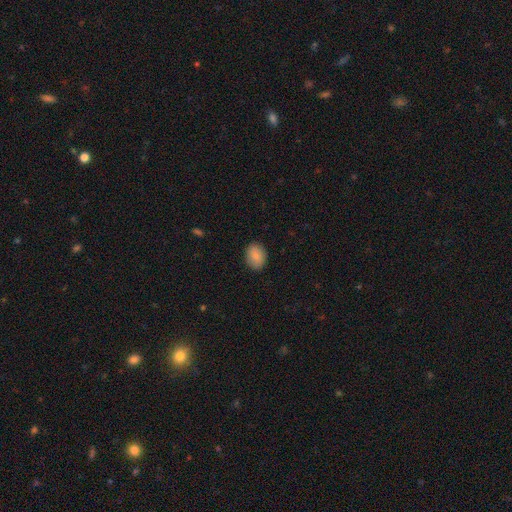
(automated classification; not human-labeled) smooth 87%, star or artifact 7%, featured or disk 6%. Down the decision tree: how rounded — in between (68%); merging — none (88%).